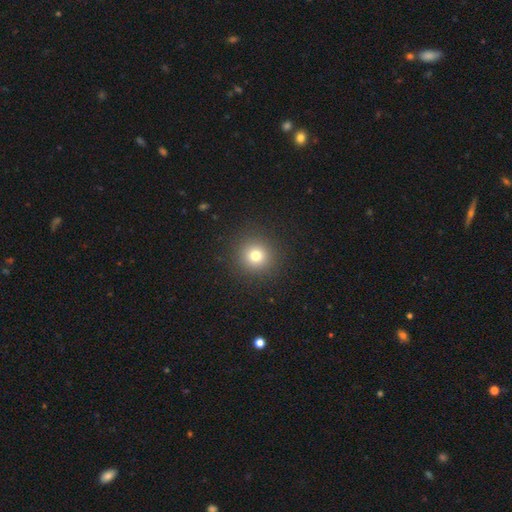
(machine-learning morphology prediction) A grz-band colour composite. It shows a smooth galaxy with no disk features (77%) that is round (94%). Merging: none (91%).